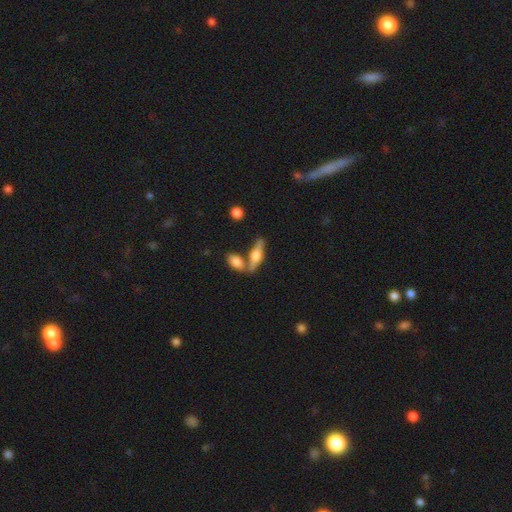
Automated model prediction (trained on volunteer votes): This is possibly a featured or disk galaxy (57%). It is clearly viewed edge-on (92%). Edge-on bulge: clearly rounded (91%). Merging: likely none (63%).